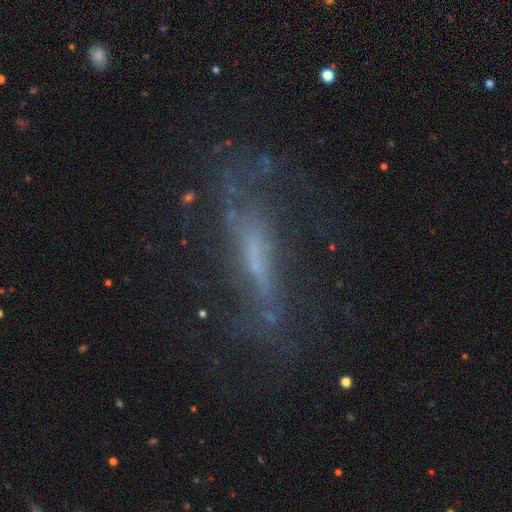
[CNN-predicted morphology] Smooth or featured: featured or disk — 67% (smooth — 20%)
Edge-on disk: no — 54% (yes — 46%)
Merging: none — 61% (minor disturbance — 20%)